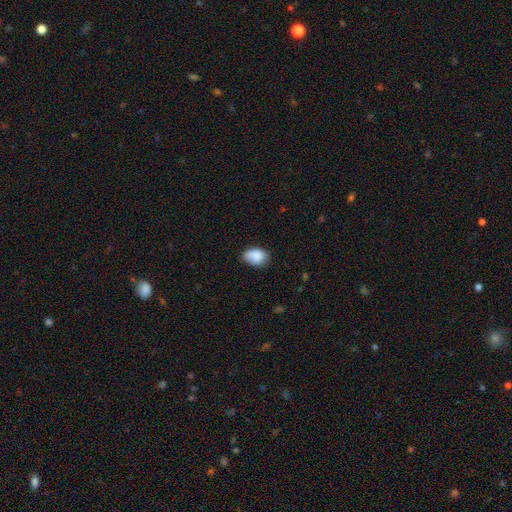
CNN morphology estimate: The model was most divided on "merging": none: 59%, minor disturbance: 33%, major disturbance: 7%, merger: 2%. More confident: smooth or featured — smooth (86%); how rounded — in between (76%).